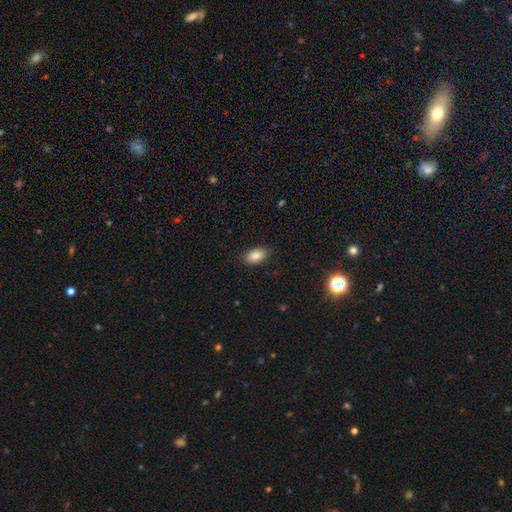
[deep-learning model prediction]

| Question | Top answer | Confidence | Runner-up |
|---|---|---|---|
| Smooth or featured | smooth | 87% | star or artifact (8%) |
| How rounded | in between | 93% | round (5%) |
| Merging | none | 88% | minor disturbance (9%) |